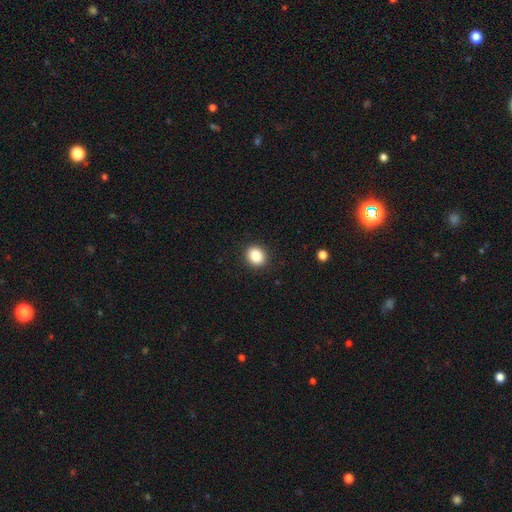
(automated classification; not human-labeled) smooth 87%, star or artifact 9%, featured or disk 4%. Down the decision tree: how rounded — round (69%); merging — none (91%).